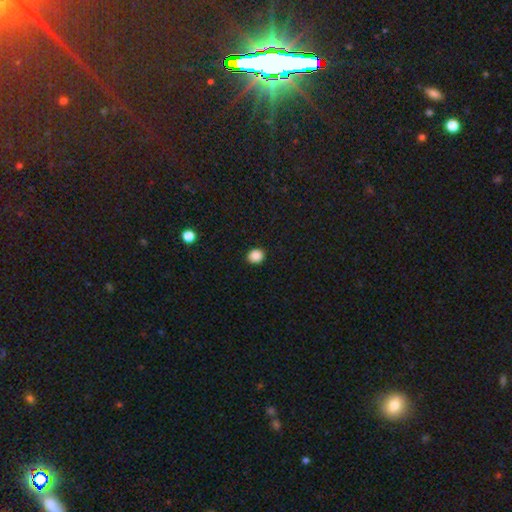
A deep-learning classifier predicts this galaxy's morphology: smooth_or_featured: smooth (p=0.88) [alt: star or artifact p=0.10]
how_rounded: round (p=0.71) [alt: in between p=0.28]
merging: none (p=0.90) [alt: minor disturbance p=0.07]